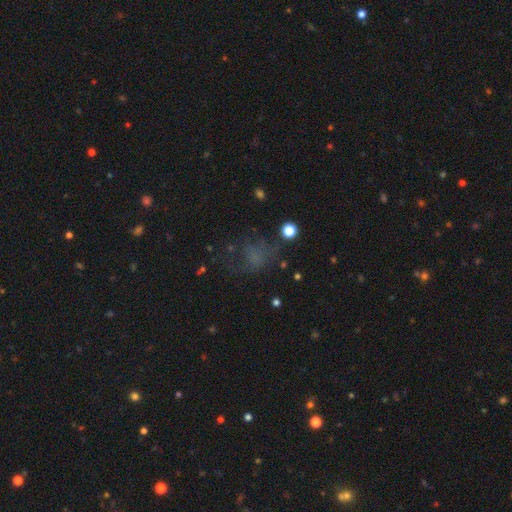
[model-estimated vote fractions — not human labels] smooth 48%, star or artifact 29%, featured or disk 23%. Down the decision tree: merging — none (48%).